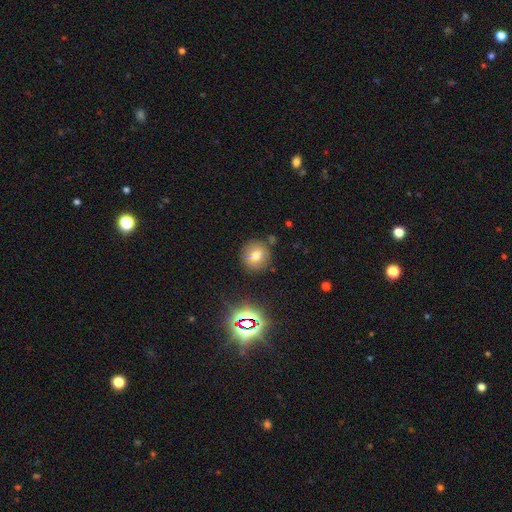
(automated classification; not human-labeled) Smooth or featured? Predicted: smooth (p=0.68). How rounded? Predicted: round (p=0.89). Merging? Predicted: none (p=0.83).